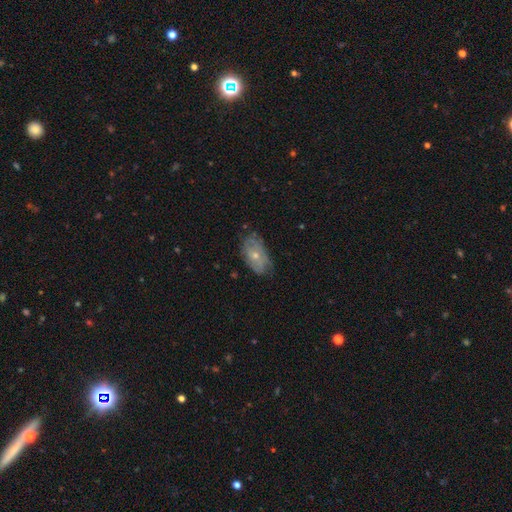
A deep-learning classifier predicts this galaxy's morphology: Smooth or featured?
  - featured or disk: 50% *
  - smooth: 43%
  - star or artifact: 7%
Merging?
  - none: 62% *
  - minor disturbance: 28%
  - major disturbance: 8%
  - merger: 2%